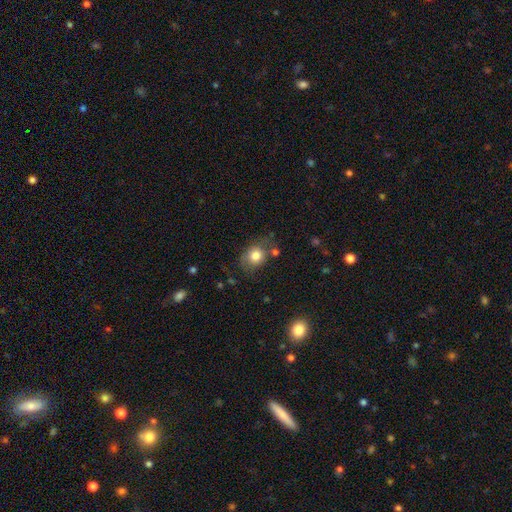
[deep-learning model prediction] The model was most divided on "how rounded": round: 59%, in between: 40%, cigar-shaped: 1%. More confident: smooth or featured — smooth (80%); merging — none (65%).